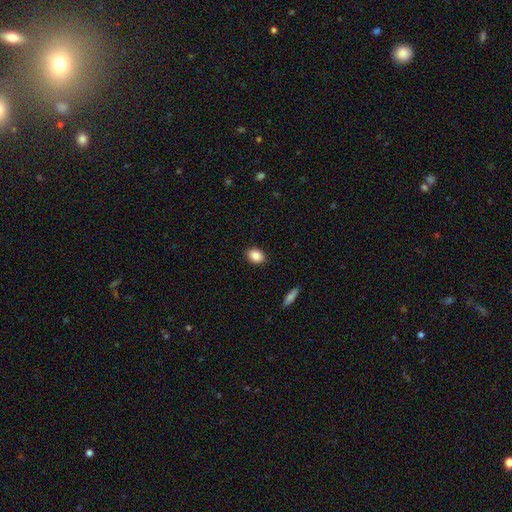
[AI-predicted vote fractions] Smooth or featured: smooth — 87% (star or artifact — 8%)
How rounded: in between — 70% (round — 29%)
Merging: none — 89% (minor disturbance — 7%)